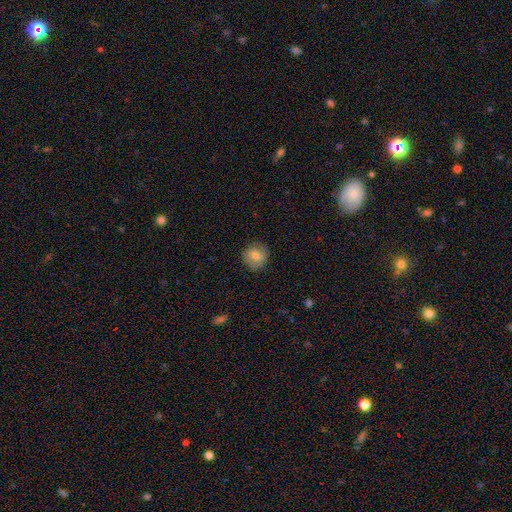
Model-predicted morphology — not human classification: A smooth galaxy with no disk features (71%) that is round (85%).

Vote fractions:
- Smooth or featured? smooth: 71% / featured or disk: 21% / star or artifact: 9%
- How rounded? round: 85% / in between: 14% / cigar-shaped: 1%
- Merging? none: 84% / minor disturbance: 12% / major disturbance: 3% / merger: 1%